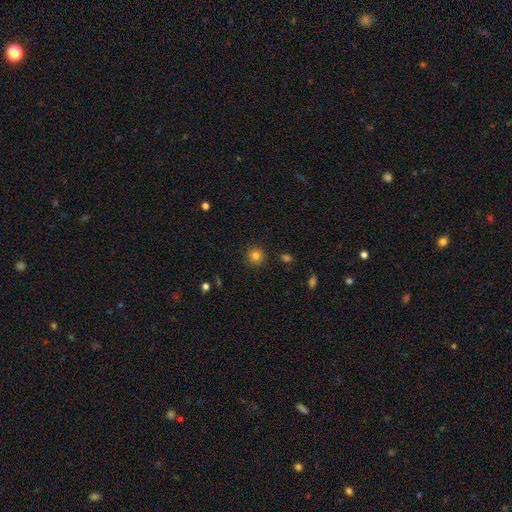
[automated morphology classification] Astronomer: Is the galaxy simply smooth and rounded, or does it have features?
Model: smooth — 81%.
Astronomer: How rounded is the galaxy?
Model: round — 93%.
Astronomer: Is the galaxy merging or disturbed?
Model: none — 90%.